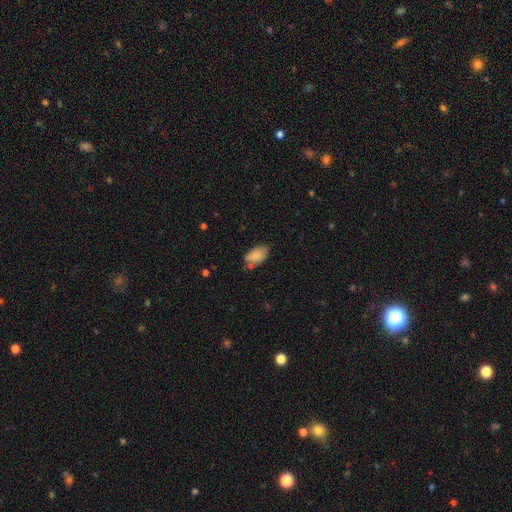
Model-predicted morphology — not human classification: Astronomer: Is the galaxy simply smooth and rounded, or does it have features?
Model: smooth — 84%.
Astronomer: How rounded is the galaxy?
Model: in between — 93%.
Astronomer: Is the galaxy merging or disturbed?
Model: none — 57%.